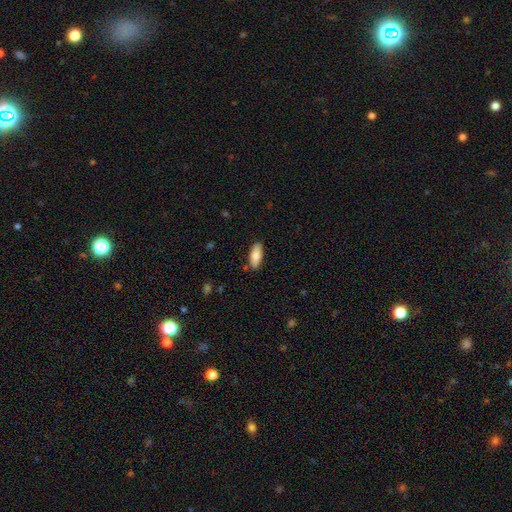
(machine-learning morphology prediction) Smooth or featured? smooth (79%)
How rounded? in between (76%)
Merging? none (86%)